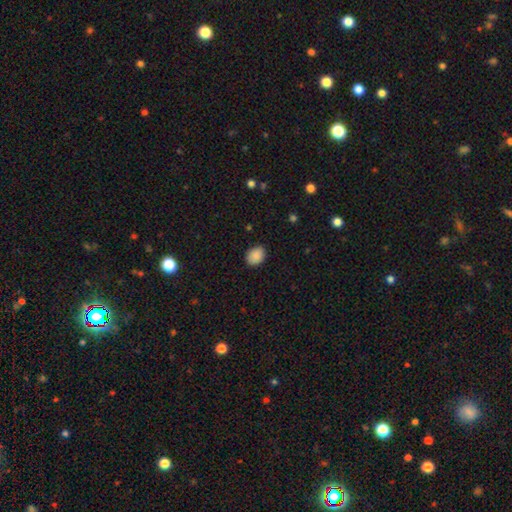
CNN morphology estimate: type=smooth (89%); roundness=in between (63%); merging=none (88%).